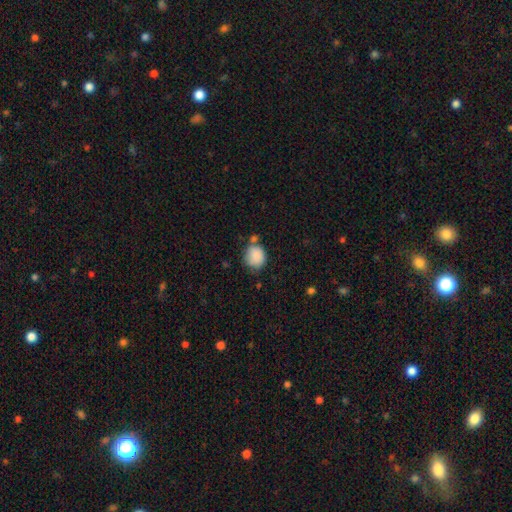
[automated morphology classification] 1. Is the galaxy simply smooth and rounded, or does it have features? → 87% smooth, 8% star or artifact, 6% featured or disk.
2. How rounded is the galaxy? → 72% round, 27% in between, 1% cigar-shaped.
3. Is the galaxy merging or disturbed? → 58% none, 22% minor disturbance, 14% merger, 6% major disturbance.